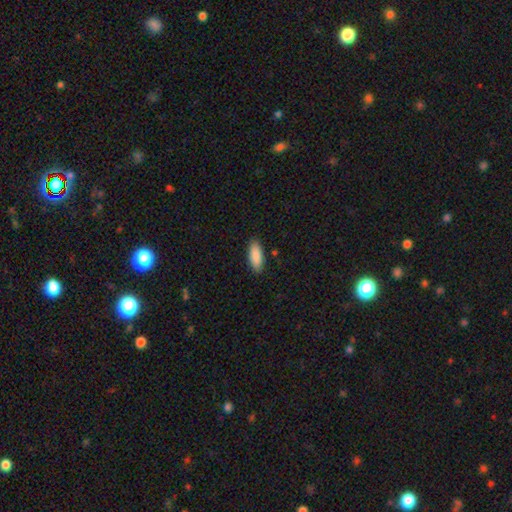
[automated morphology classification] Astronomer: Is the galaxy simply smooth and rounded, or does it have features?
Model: smooth — 90%.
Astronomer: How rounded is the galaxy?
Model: in between — 75%.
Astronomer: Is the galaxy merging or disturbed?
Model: none — 89%.